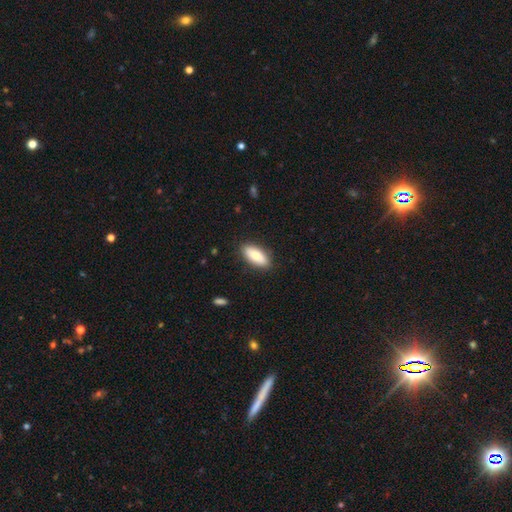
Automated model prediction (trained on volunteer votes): smooth 77%, featured or disk 17%, star or artifact 6%. Down the decision tree: how rounded — in between (84%); merging — none (88%).